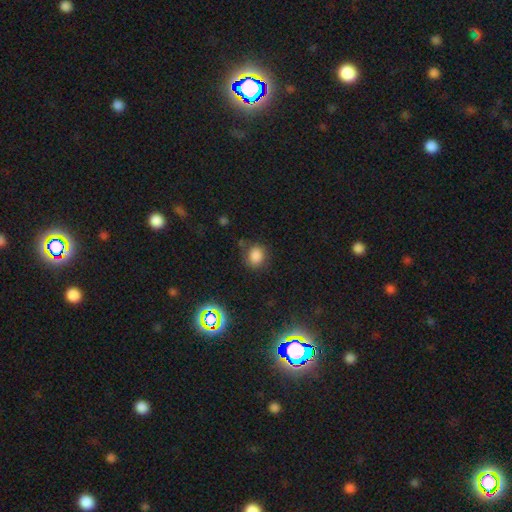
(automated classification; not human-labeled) The model was most divided on "how rounded": round: 68%, in between: 31%, cigar-shaped: 1%. More confident: smooth or featured — smooth (78%); merging — none (72%).